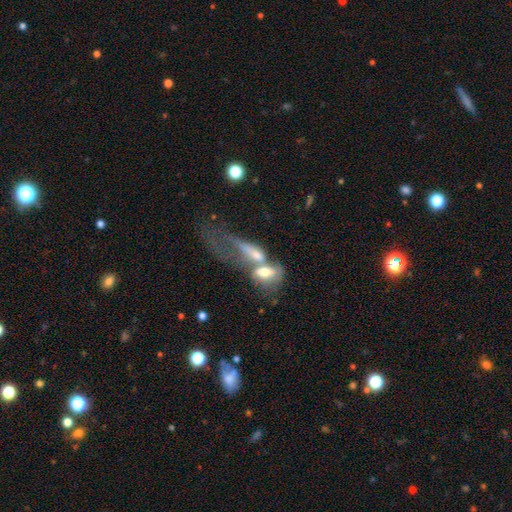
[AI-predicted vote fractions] Smooth or featured? featured or disk (48%)
Merging? merger (65%)